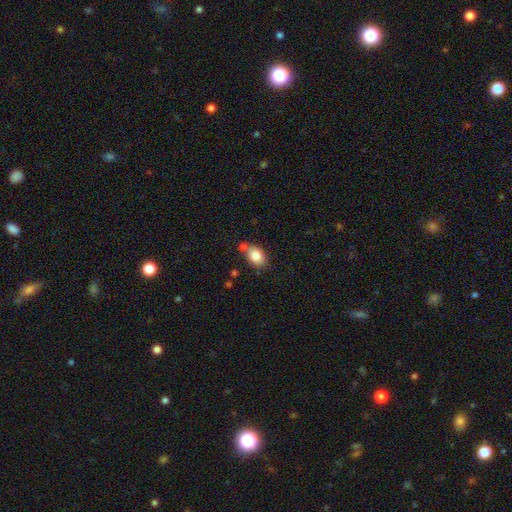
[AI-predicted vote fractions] smooth_or_featured: smooth (p=0.82) [alt: featured or disk p=0.10]
how_rounded: in between (p=0.82) [alt: round p=0.16]
merging: none (p=0.61) [alt: minor disturbance p=0.18]